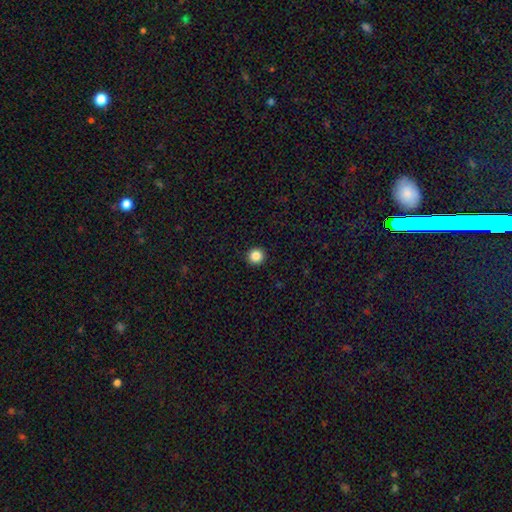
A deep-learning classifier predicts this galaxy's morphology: smooth 86%, star or artifact 10%, featured or disk 3%. Down the decision tree: how rounded — round (96%); merging — none (94%).